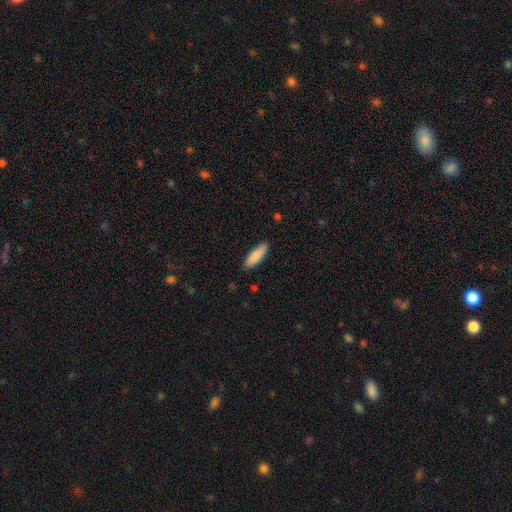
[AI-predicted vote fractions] Morphology: type=smooth (86%); roundness=in between (52%); merging=none (88%).